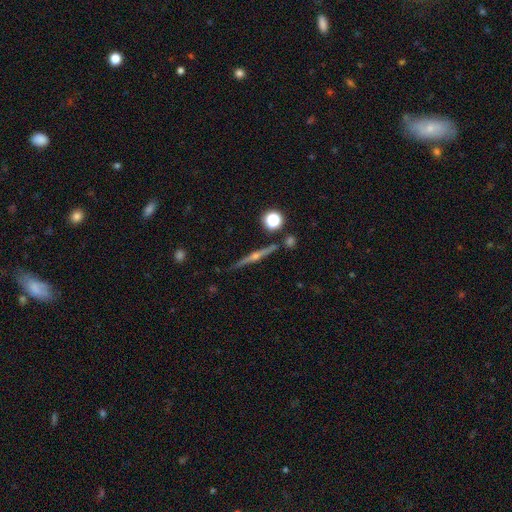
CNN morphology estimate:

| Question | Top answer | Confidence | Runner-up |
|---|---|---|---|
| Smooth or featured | featured or disk | 81% | smooth (11%) |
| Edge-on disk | yes | 98% | no (2%) |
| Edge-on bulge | rounded | 93% | none (4%) |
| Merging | none | 88% | minor disturbance (7%) |